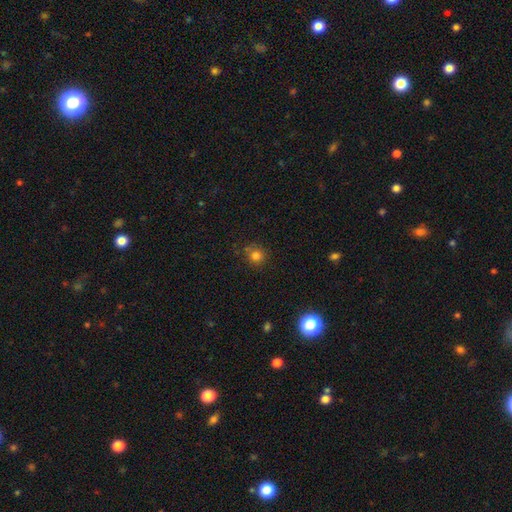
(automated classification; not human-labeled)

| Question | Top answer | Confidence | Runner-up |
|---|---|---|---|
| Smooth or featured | smooth | 79% | star or artifact (14%) |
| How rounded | round | 89% | in between (10%) |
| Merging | none | 77% | minor disturbance (15%) |